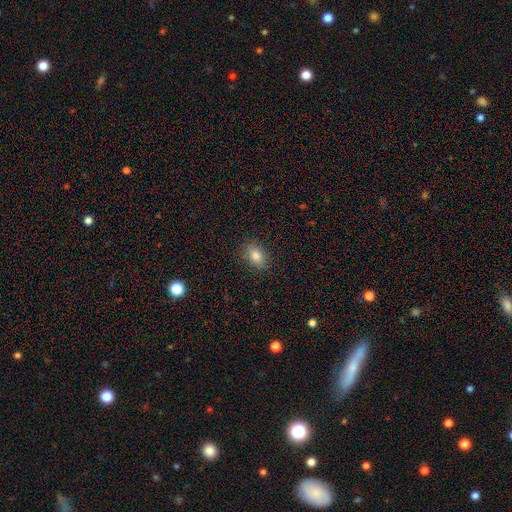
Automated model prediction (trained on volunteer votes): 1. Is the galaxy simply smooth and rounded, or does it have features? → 82% smooth, 10% star or artifact, 8% featured or disk.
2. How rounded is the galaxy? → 80% in between, 19% round, 2% cigar-shaped.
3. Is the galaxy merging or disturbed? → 86% none, 10% minor disturbance, 3% major disturbance, 1% merger.